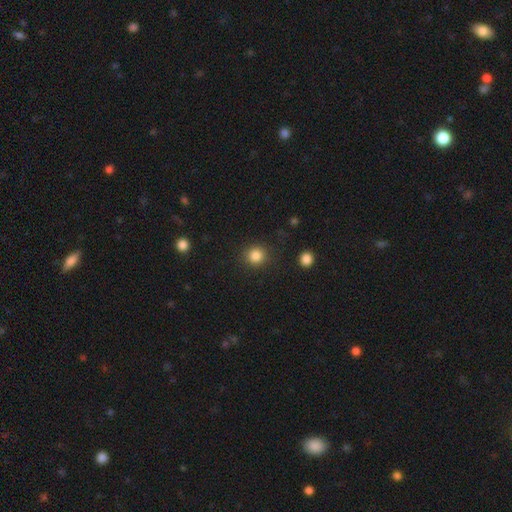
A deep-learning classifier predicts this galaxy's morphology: smooth_or_featured: smooth (p=0.85) [alt: star or artifact p=0.11]
how_rounded: round (p=0.93) [alt: in between p=0.06]
merging: none (p=0.89) [alt: minor disturbance p=0.06]